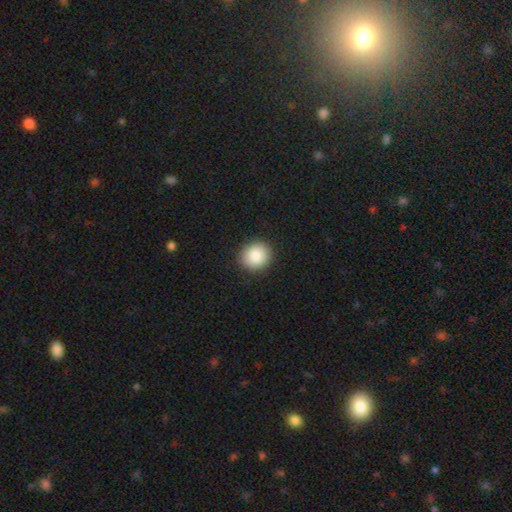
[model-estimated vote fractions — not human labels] This is clearly a smooth galaxy (88%). How rounded: clearly round (84%). Merging: clearly none (90%).